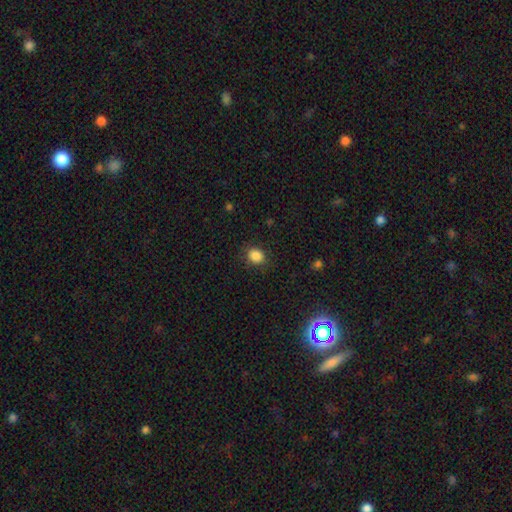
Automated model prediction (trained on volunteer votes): Smooth or featured?
  - smooth: 86% *
  - star or artifact: 10%
  - featured or disk: 4%
How rounded?
  - round: 62% *
  - in between: 37%
  - cigar-shaped: 1%
Merging?
  - none: 84% *
  - minor disturbance: 12%
  - major disturbance: 3%
  - merger: 1%